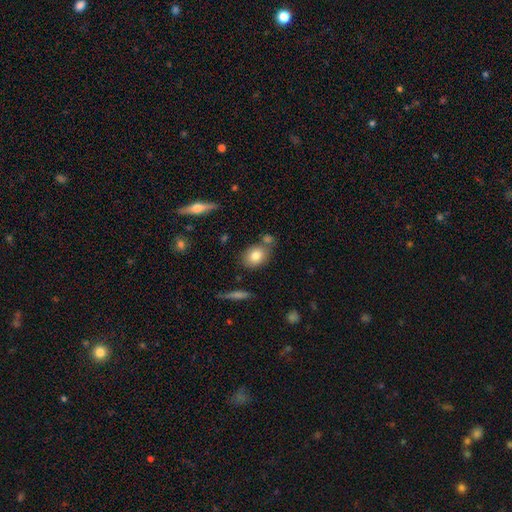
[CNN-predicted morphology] A smooth galaxy with no disk features (81%) that is in between round and cigar-shaped (62%). Merging: none (71%).